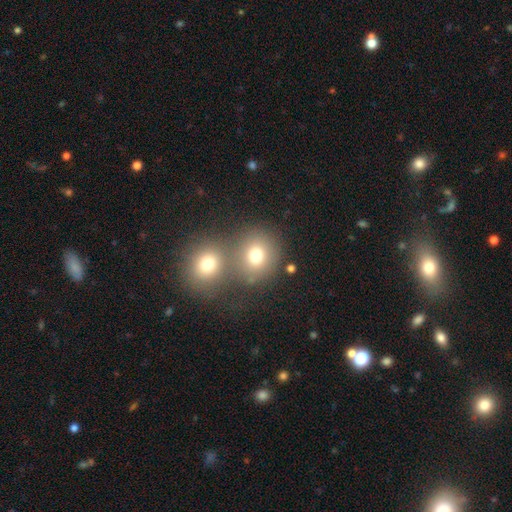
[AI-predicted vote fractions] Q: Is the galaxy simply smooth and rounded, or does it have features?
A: smooth — 74%.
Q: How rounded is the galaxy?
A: round — 80%.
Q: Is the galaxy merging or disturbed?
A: none — 48%.